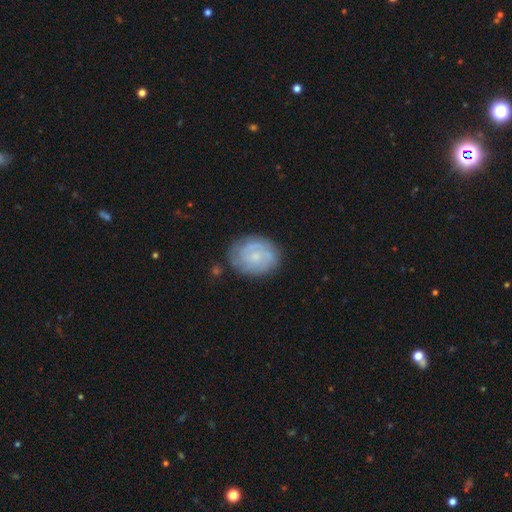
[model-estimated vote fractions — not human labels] A featured or disk galaxy (62%) with no bar (72%), tight (63%) spiral arms (84%) and a small central bulge (63%).

Vote fractions:
- Smooth or featured? featured or disk: 62% / smooth: 31% / star or artifact: 7%
- Edge-on disk? no: 98% / yes: 2%
- Bar? no: 72% / weak: 25% / strong: 3%
- Spiral arms? yes: 84% / no: 16%
- Spiral winding? tight: 63% / medium: 28% / loose: 9%
- Spiral arm count? can't tell: 40% / 2: 29% / 3: 16% / 4: 6% / 1: 5% / more than 4: 4%
- Bulge size? small: 63% / moderate: 24% / none: 10% / large: 2% / dominant: 1%
- Merging? none: 75% / minor disturbance: 17% / major disturbance: 5% / merger: 2%